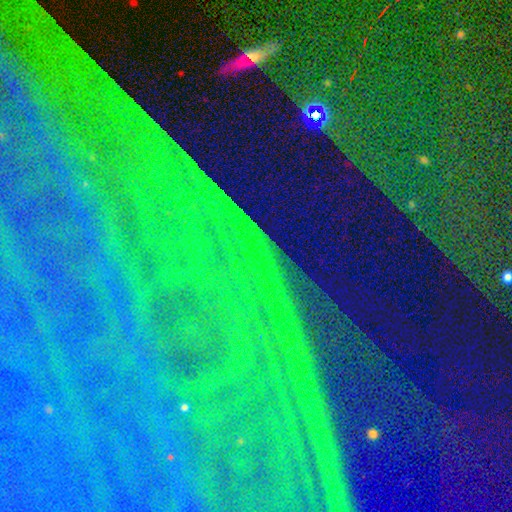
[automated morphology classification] A star or artifact, not a galaxy (88%).